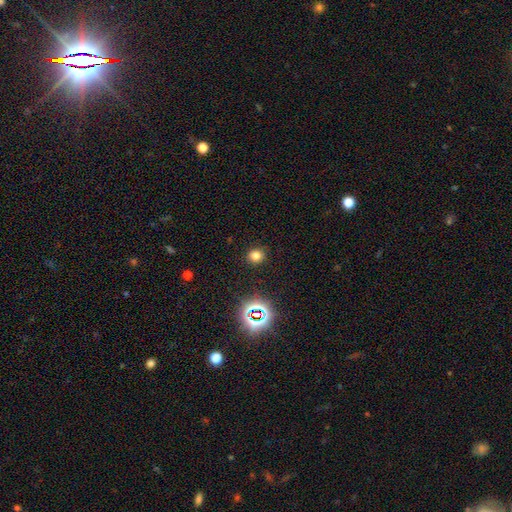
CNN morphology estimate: Q: Smooth or featured?
A: smooth (74%); runner-up: star or artifact (20%)
Q: How rounded?
A: round (84%); runner-up: in between (15%)
Q: Merging?
A: none (90%); runner-up: minor disturbance (7%)